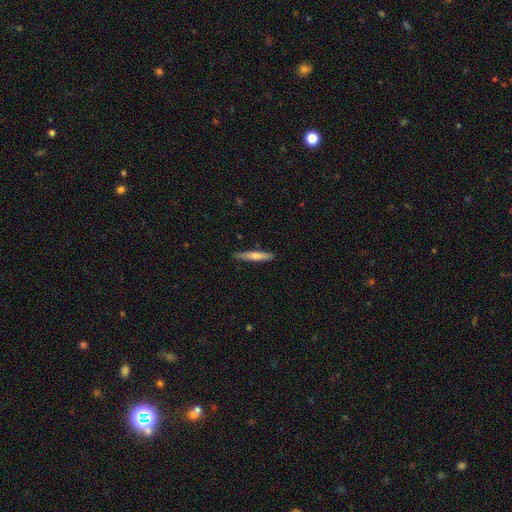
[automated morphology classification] type=smooth (67%); roundness=cigar-shaped (93%); merging=none (86%).